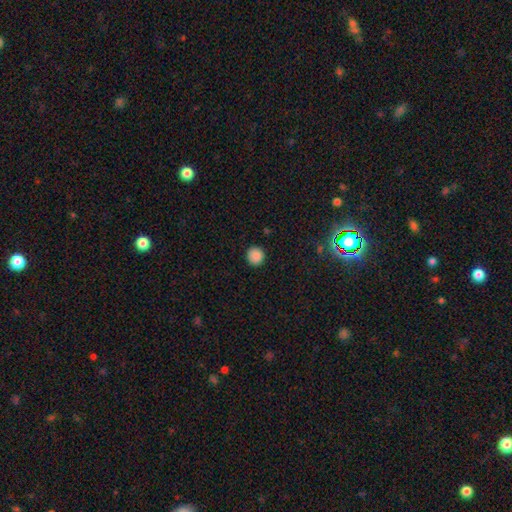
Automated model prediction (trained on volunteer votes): smooth 87%, star or artifact 10%, featured or disk 3%. Down the decision tree: how rounded — round (93%); merging — none (91%).